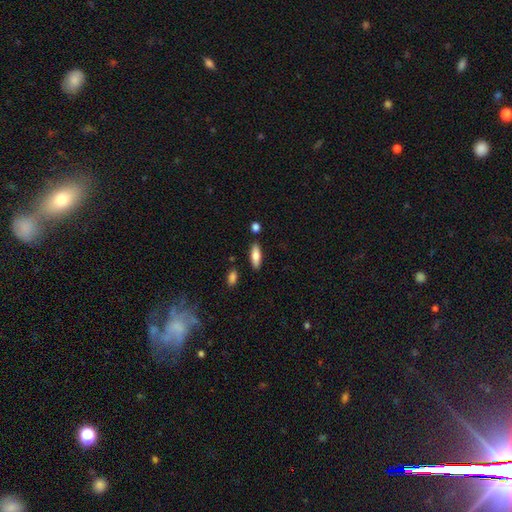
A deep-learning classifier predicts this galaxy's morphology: The model was most divided on "how rounded": in between: 60%, cigar-shaped: 38%, round: 2%. More confident: merging — none (84%); smooth or featured — smooth (78%).